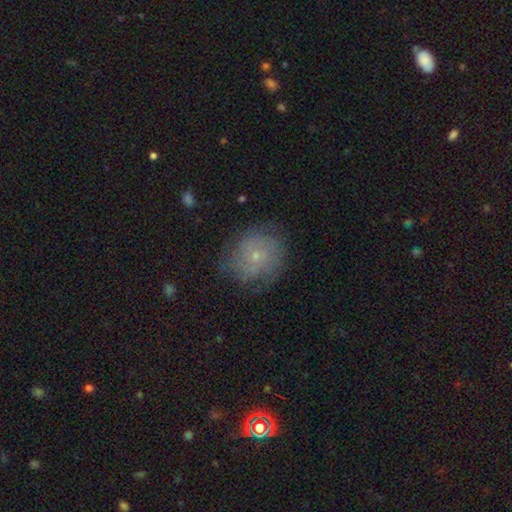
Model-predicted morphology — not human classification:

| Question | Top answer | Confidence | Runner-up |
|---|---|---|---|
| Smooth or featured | featured or disk | 46% | smooth (43%) |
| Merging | none | 69% | minor disturbance (20%) |